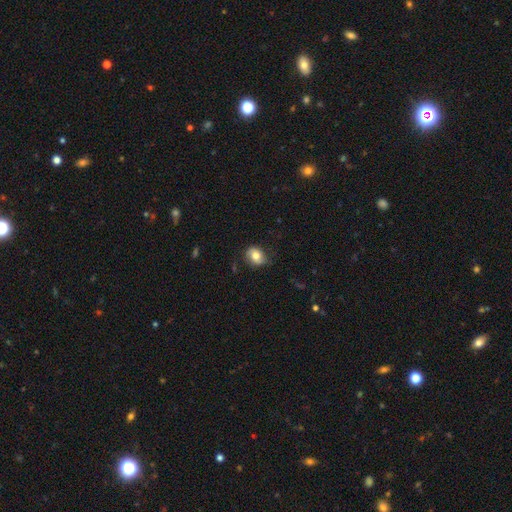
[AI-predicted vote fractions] smooth-or-featured: smooth: 73% | featured or disk: 19% | star or artifact: 8%
  how-rounded: in between: 56% | round: 43% | cigar-shaped: 1%
  merging: none: 72% | minor disturbance: 21% | major disturbance: 6% | merger: 1%